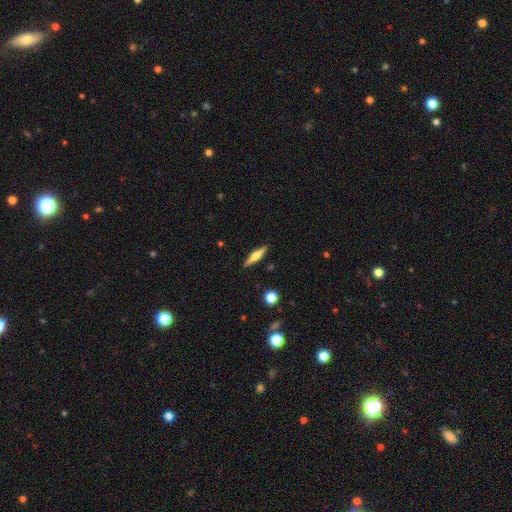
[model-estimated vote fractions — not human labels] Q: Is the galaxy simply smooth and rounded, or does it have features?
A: featured or disk — 49%.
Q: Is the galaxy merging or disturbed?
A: none — 89%.